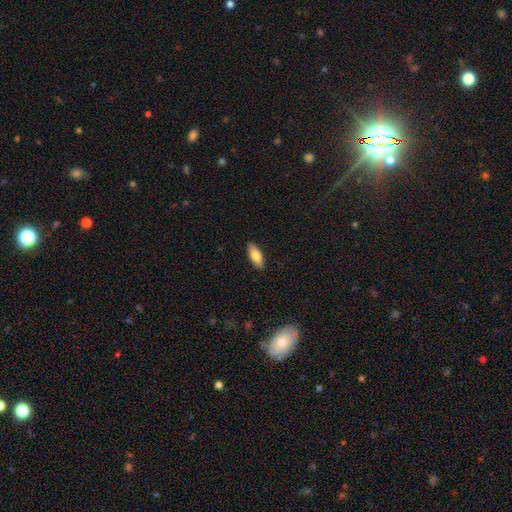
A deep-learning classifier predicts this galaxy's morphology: smooth_or_featured: smooth (p=0.79) [alt: featured or disk p=0.14]
how_rounded: in between (p=0.74) [alt: cigar-shaped p=0.24]
merging: none (p=0.89) [alt: minor disturbance p=0.08]